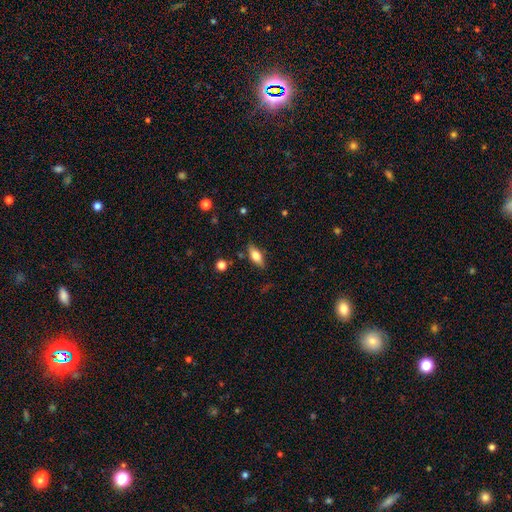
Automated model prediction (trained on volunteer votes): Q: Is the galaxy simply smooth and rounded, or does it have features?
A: smooth — 64%.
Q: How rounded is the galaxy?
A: in between — 75%.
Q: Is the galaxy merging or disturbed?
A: none — 82%.